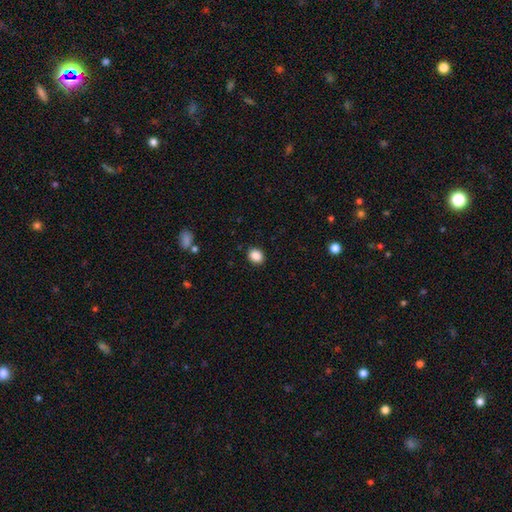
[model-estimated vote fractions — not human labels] A smooth galaxy with no disk features (88%) that is round (54%).

Vote fractions:
- Smooth or featured? smooth: 88% / star or artifact: 9% / featured or disk: 3%
- How rounded? round: 54% / in between: 45% / cigar-shaped: 1%
- Merging? none: 90% / minor disturbance: 7% / major disturbance: 2% / merger: 1%